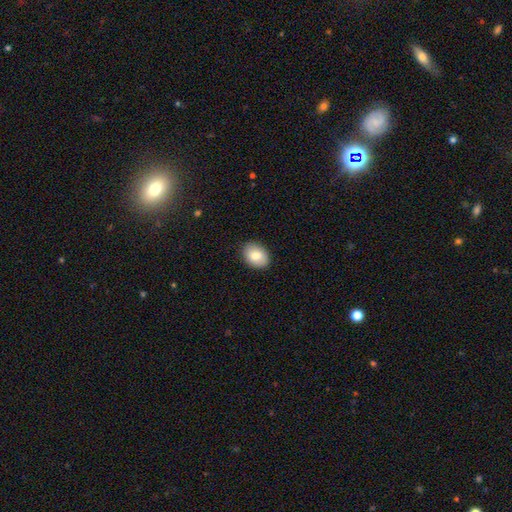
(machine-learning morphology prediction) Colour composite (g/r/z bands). It shows a smooth galaxy with no disk features (81%) that is in between round and cigar-shaped (71%). Merging: none (89%).